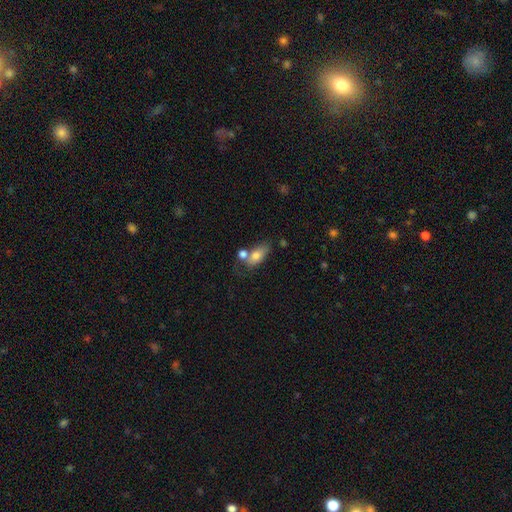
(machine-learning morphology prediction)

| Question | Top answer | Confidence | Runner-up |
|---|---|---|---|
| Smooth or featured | smooth | 75% | featured or disk (17%) |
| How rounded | in between | 85% | cigar-shaped (9%) |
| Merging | none | 41% | merger (32%) |